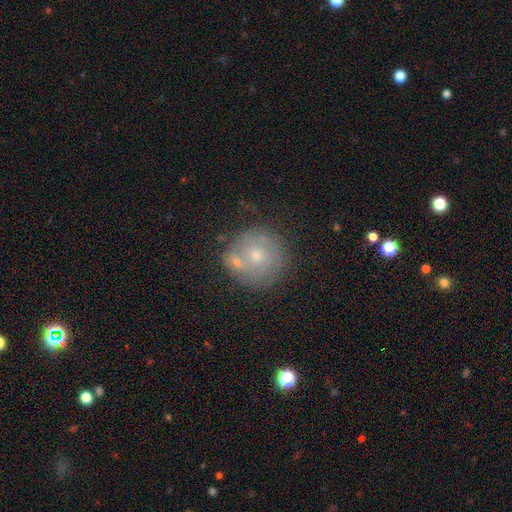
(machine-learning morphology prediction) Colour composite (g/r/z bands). It shows a featured or disk galaxy (49%). Merging: none (58%).